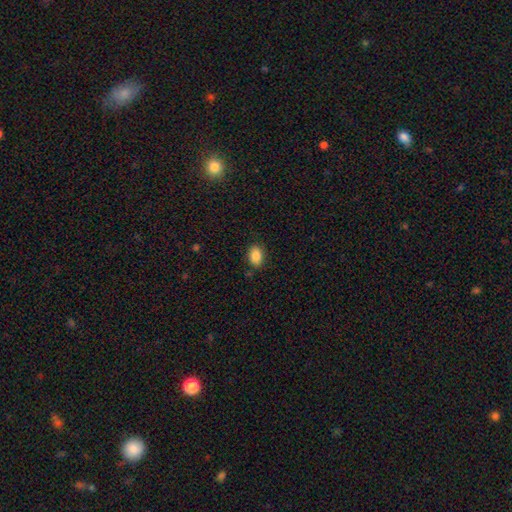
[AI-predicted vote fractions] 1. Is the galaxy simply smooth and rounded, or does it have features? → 86% smooth, 8% star or artifact, 5% featured or disk.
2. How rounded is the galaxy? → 82% in between, 17% round, 1% cigar-shaped.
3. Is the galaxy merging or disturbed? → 83% none, 12% minor disturbance, 3% major disturbance, 2% merger.